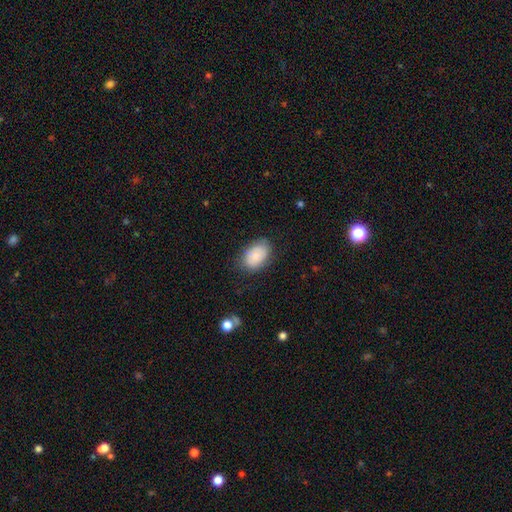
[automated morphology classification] smooth 77%, featured or disk 15%, star or artifact 7%. Down the decision tree: how rounded — in between (87%); merging — none (77%).